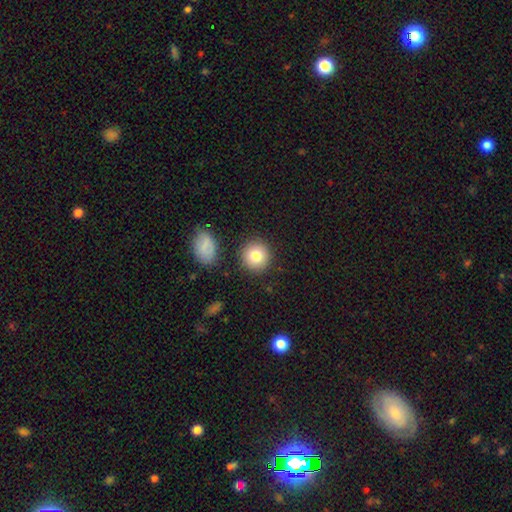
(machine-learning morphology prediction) smooth 82%, featured or disk 9%, star or artifact 9%. Down the decision tree: how rounded — round (92%); merging — none (86%).